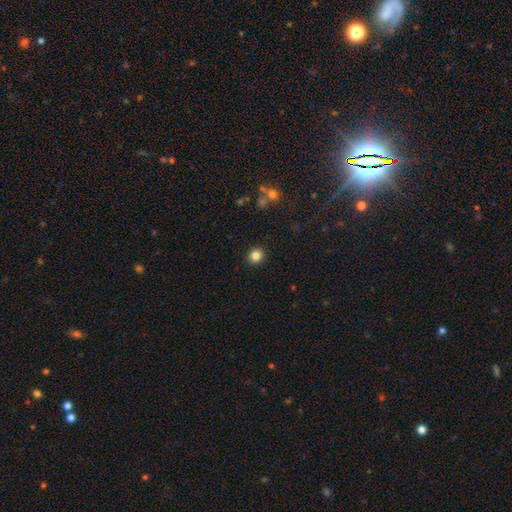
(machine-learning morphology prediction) A smooth galaxy with no disk features (83%) that is round (91%).

Vote fractions:
- Smooth or featured? smooth: 83% / star or artifact: 12% / featured or disk: 5%
- How rounded? round: 91% / in between: 8% / cigar-shaped: 1%
- Merging? none: 92% / minor disturbance: 5% / major disturbance: 2% / merger: 1%